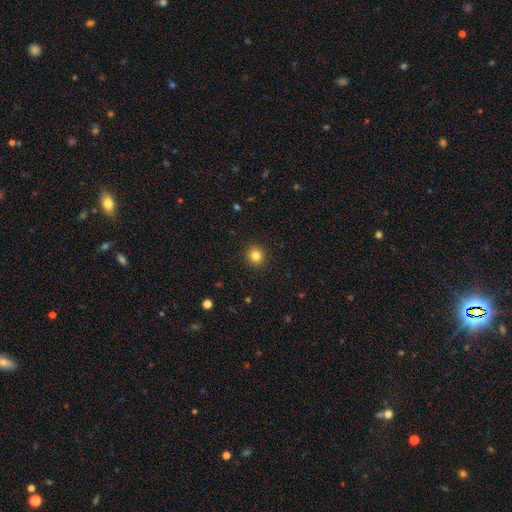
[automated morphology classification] This appears to be a smooth galaxy with no disk features (83%) that is round (91%). Merging: none (92%).